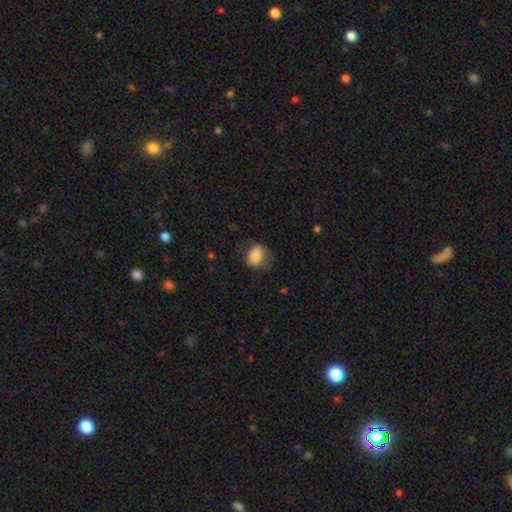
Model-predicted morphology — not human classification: smooth-or-featured: smooth: 84% | featured or disk: 8% | star or artifact: 8%
  how-rounded: in between: 64% | round: 35% | cigar-shaped: 1%
  merging: none: 65% | minor disturbance: 25% | major disturbance: 8% | merger: 1%